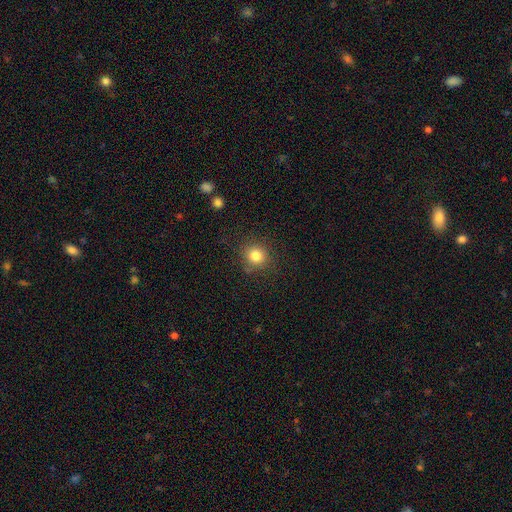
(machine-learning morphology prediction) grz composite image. It shows a smooth galaxy with no disk features (82%) that is round (89%). Merging: none (84%).